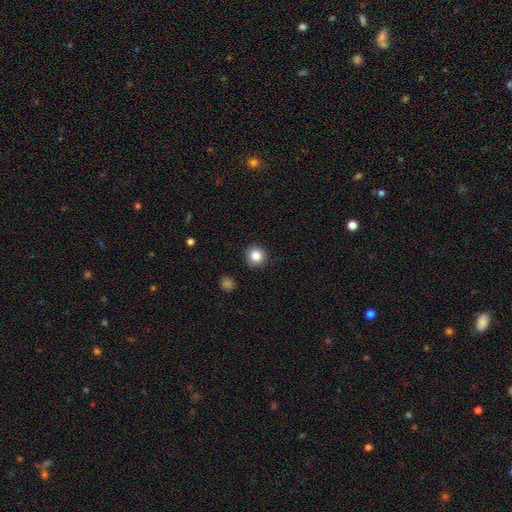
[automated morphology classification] type=smooth (84%); roundness=round (93%); merging=none (89%).